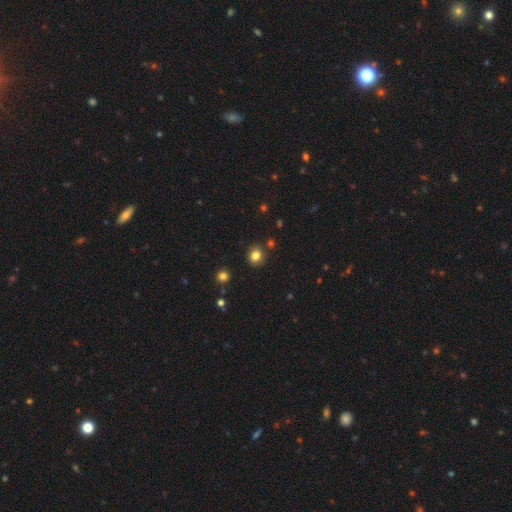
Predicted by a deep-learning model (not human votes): smooth 81%, star or artifact 13%, featured or disk 6%. Down the decision tree: how rounded — round (75%); merging — none (85%).